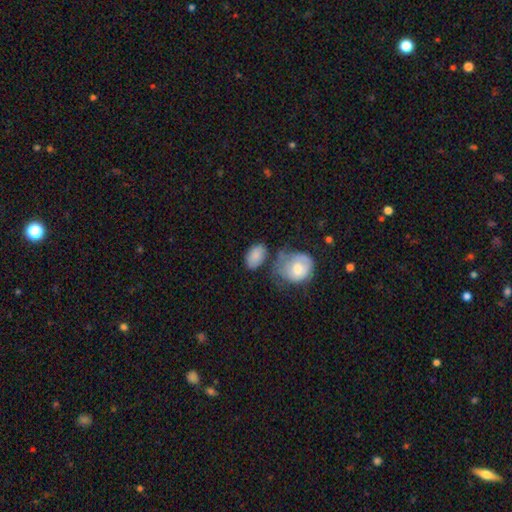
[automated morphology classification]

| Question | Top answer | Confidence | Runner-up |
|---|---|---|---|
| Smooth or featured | smooth | 82% | featured or disk (11%) |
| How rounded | in between | 85% | round (13%) |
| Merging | none | 49% | minor disturbance (22%) |